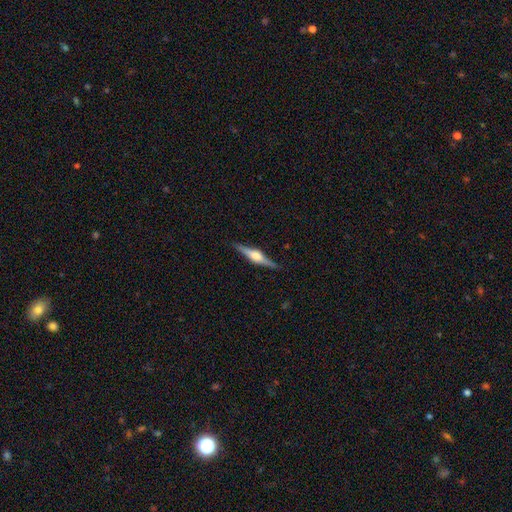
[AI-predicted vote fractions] smooth-or-featured: featured or disk: 78% | smooth: 16% | star or artifact: 5%
  disk-edge-on: yes: 98% | no: 2%
    edge-on-bulge: rounded: 87% | boxy: 10% | none: 2%
  merging: none: 90% | minor disturbance: 8% | major disturbance: 2% | merger: 1%